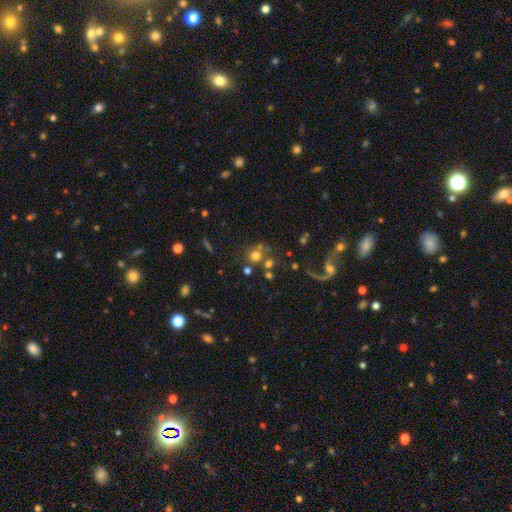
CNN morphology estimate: Smooth or featured? smooth (67%)
How rounded? round (88%)
Merging? none (58%)